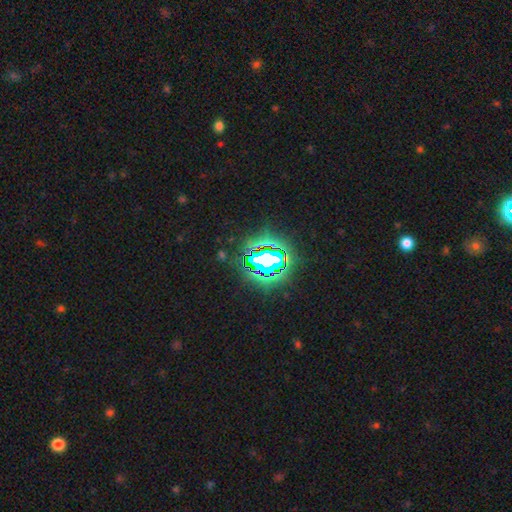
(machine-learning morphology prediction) Q: Smooth or featured?
A: star or artifact (78%); runner-up: smooth (12%)